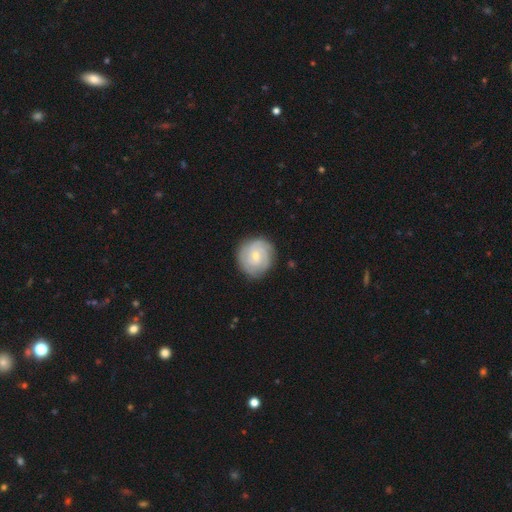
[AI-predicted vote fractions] This is likely a featured or disk galaxy (75%). It is clearly not viewed edge-on (98%). Bar: likely no (65%). Spiral arm pattern: clearly yes (96%). Spiral arm count: marginally 3 (35%). Spiral winding: likely tight (74%). Central bulge: likely small (61%). Merging: clearly none (84%).